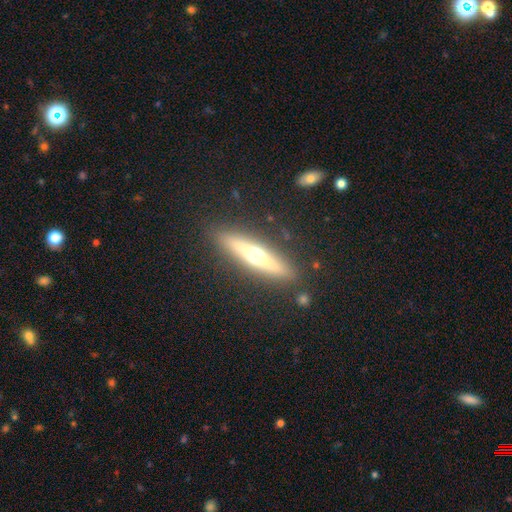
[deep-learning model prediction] Morphology: type=featured or disk (64%); edge-on=yes (94%); edge-on bulge=rounded (94%); merging=none (87%).